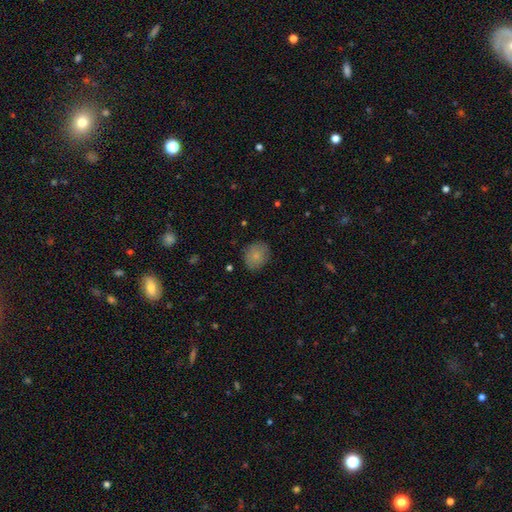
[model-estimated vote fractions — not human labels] A smooth galaxy with no disk features (83%) that is round (59%). Merging: none (82%).